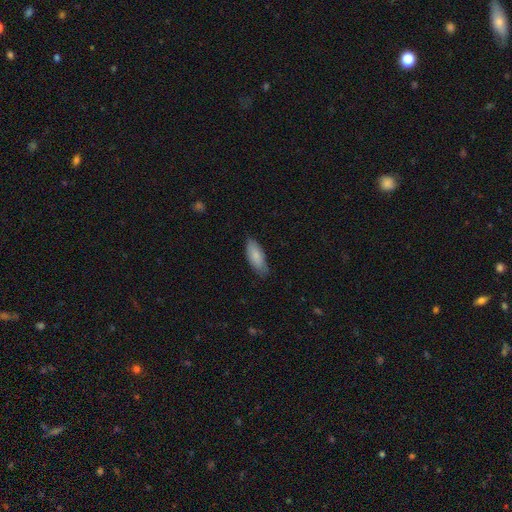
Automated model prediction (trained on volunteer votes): This appears to be a smooth galaxy with no disk features (82%) that is in between round and cigar-shaped (78%). Merging: none (76%).